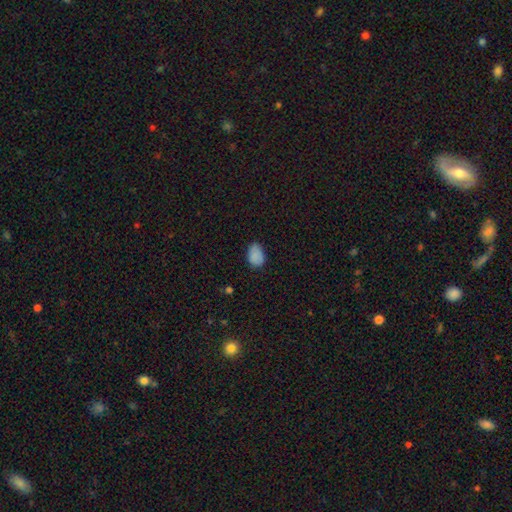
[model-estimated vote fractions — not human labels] This is clearly a smooth galaxy (84%). How rounded: clearly in between (86%). Merging: likely none (68%).